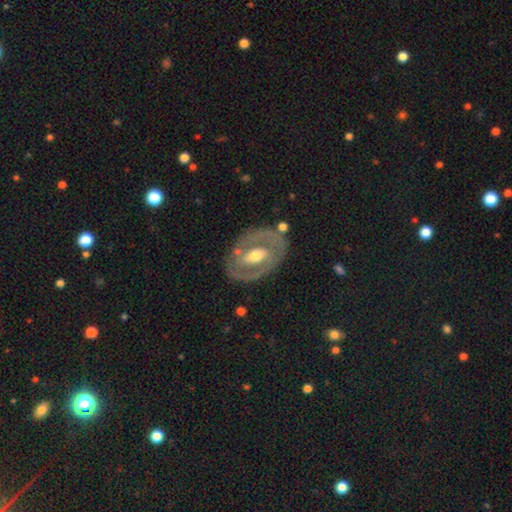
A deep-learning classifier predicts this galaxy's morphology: The model was most divided on "bar": no: 36%, weak: 35%, strong: 30%. More confident: edge-on disk — no (93%); merging — none (74%); bulge size — moderate (71%); smooth or featured — featured or disk (70%); spiral arms — no (65%).